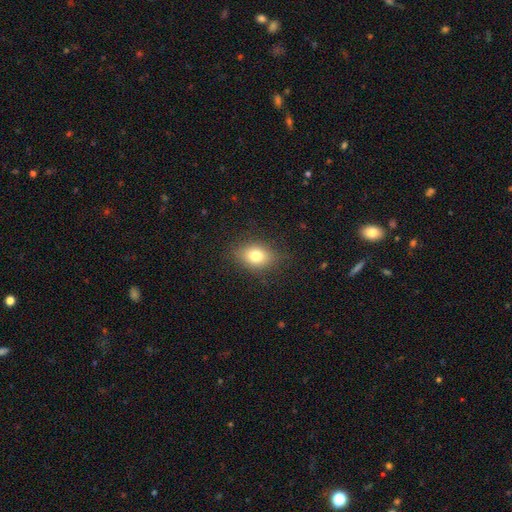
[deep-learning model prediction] The model was most divided on "how rounded": in between: 69%, round: 29%, cigar-shaped: 2%. More confident: merging — none (83%); smooth or featured — smooth (78%).